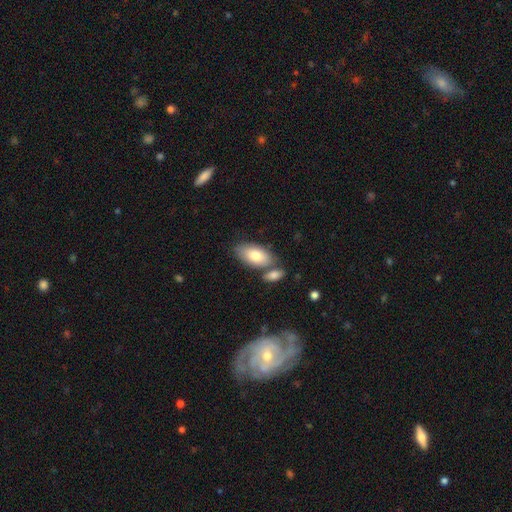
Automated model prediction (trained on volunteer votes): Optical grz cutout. It shows a smooth galaxy with no disk features (79%) that is in between round and cigar-shaped (93%). Merging: none (60%).